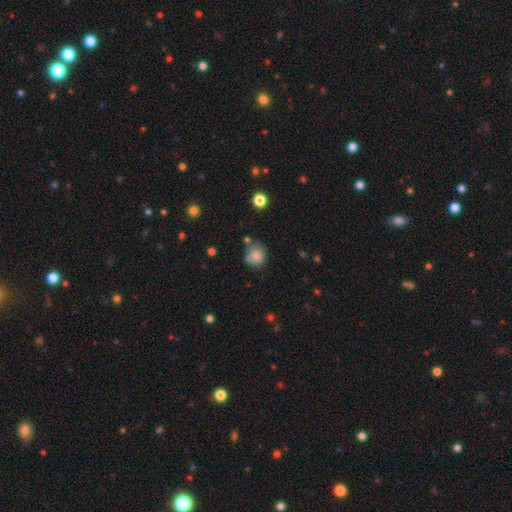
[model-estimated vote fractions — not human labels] This is clearly a smooth galaxy (83%). How rounded: clearly round (84%). Merging: likely none (65%).